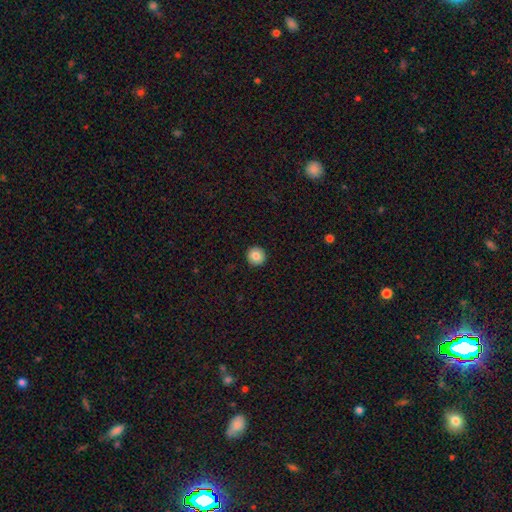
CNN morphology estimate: Overall: smooth (83%). How rounded: round (96%). Merging: none (93%).